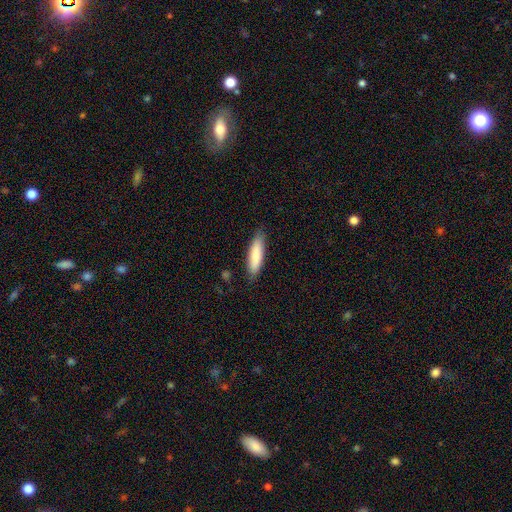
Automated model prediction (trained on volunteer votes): This is clearly a smooth galaxy (85%). How rounded: likely cigar-shaped (65%). Merging: clearly none (84%).